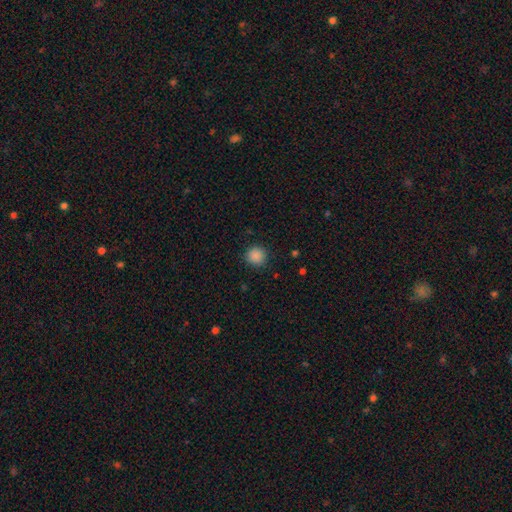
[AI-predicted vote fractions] Smooth or featured? Predicted: smooth (p=0.87). How rounded? Predicted: round (p=0.93). Merging? Predicted: none (p=0.90).